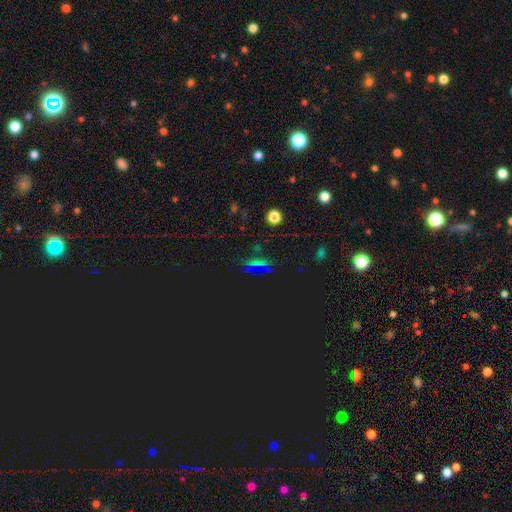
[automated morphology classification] A star or artifact, not a galaxy (67%).